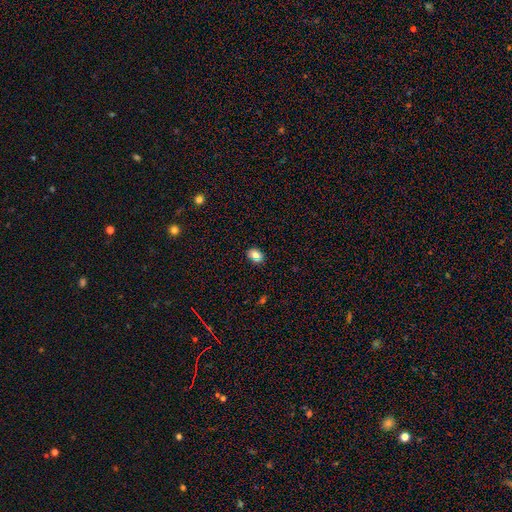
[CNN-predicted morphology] Smooth or featured?
  - smooth: 76% *
  - star or artifact: 14%
  - featured or disk: 10%
How rounded?
  - in between: 62% *
  - round: 37%
  - cigar-shaped: 1%
Merging?
  - none: 83% *
  - minor disturbance: 11%
  - merger: 4%
  - major disturbance: 2%